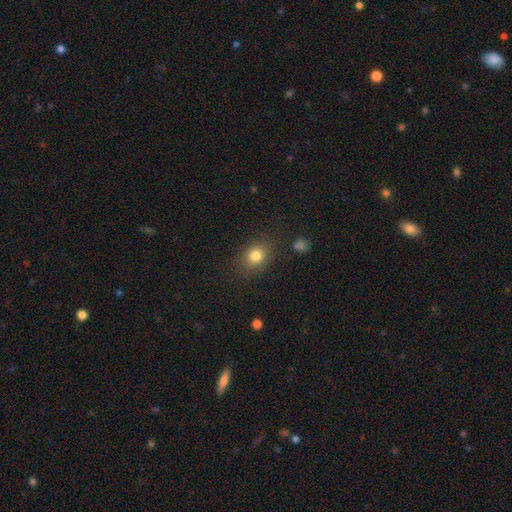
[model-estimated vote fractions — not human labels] Overall: smooth (81%). How rounded: round (58%; in between 41%). Merging: none (82%).